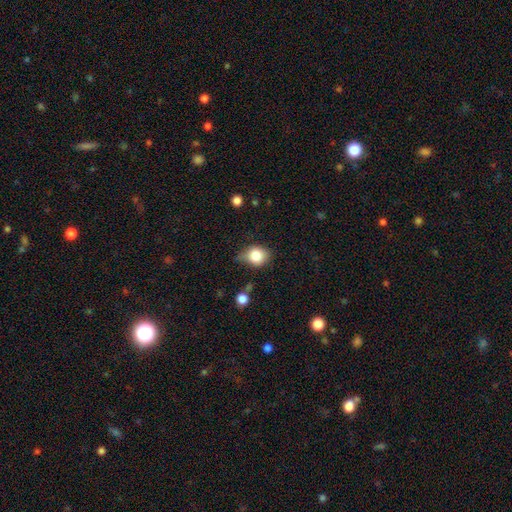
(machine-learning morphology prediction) type=smooth (80%); roundness=round (57%); merging=none (52%).